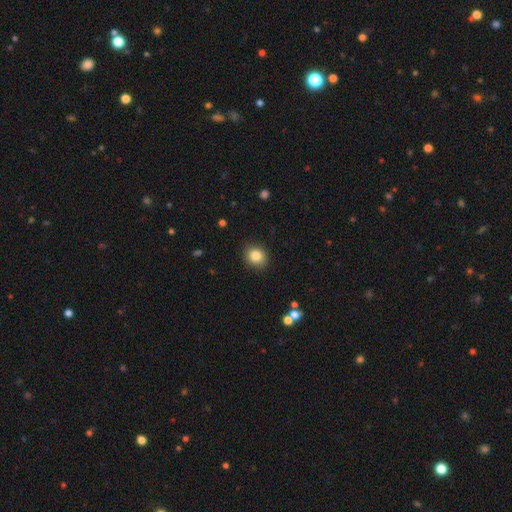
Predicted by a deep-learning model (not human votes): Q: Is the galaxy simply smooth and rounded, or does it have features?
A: smooth — 83%.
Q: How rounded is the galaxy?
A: round — 71%.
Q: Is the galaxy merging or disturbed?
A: none — 89%.